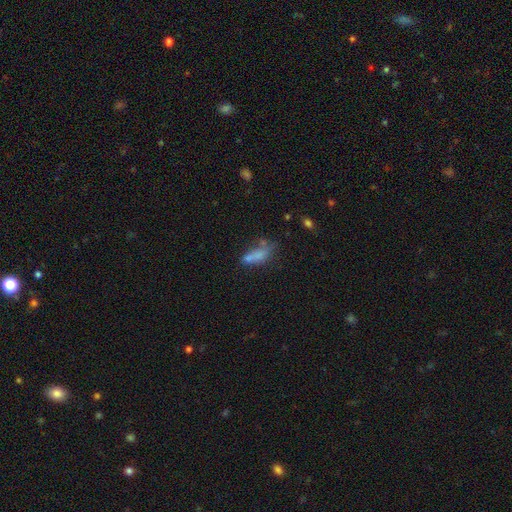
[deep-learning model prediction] smooth 65%, featured or disk 22%, star or artifact 13%. Down the decision tree: how rounded — in between (54%); merging — none (37%).